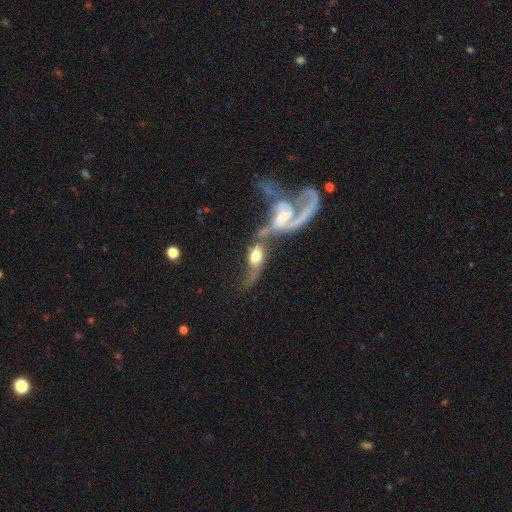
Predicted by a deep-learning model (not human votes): smooth_or_featured: featured or disk (p=0.54) [alt: smooth p=0.37]
disk_edge_on: no (p=0.85) [alt: yes p=0.15]
merging: merger (p=0.71) [alt: major disturbance p=0.12]